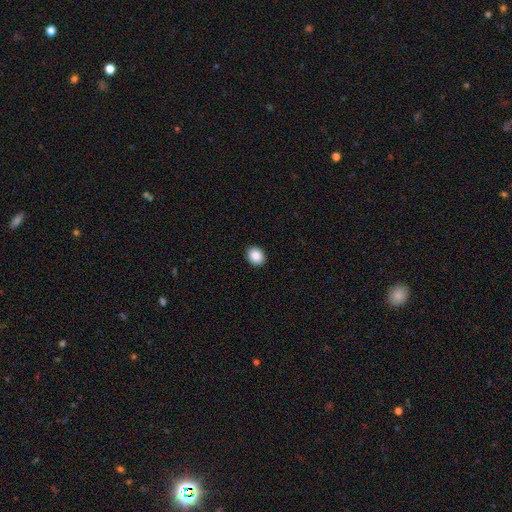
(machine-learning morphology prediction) Overall: smooth (89%). How rounded: in between (52%; round 48%). Merging: none (92%).